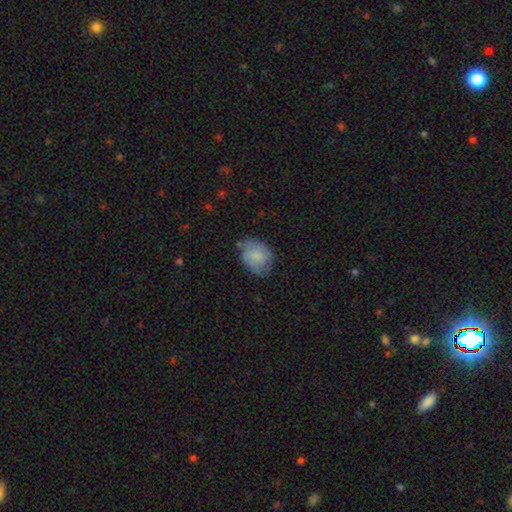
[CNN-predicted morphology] smooth 77%, featured or disk 16%, star or artifact 7%. Down the decision tree: how rounded — in between (51%); merging — none (60%).